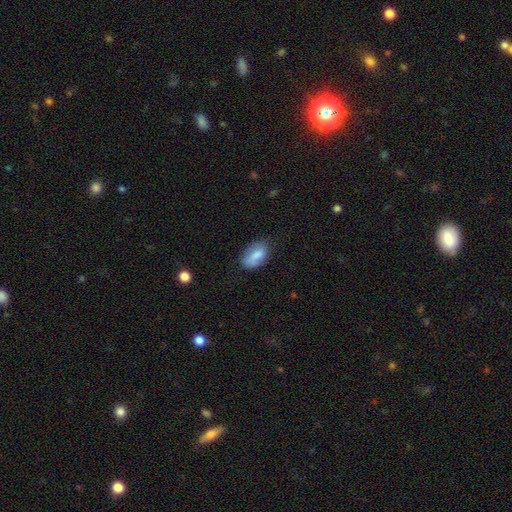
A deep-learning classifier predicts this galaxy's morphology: Smooth or featured?
  - smooth: 80% *
  - featured or disk: 13%
  - star or artifact: 7%
How rounded?
  - in between: 92% *
  - round: 6%
  - cigar-shaped: 3%
Merging?
  - none: 66% *
  - minor disturbance: 26%
  - major disturbance: 6%
  - merger: 2%